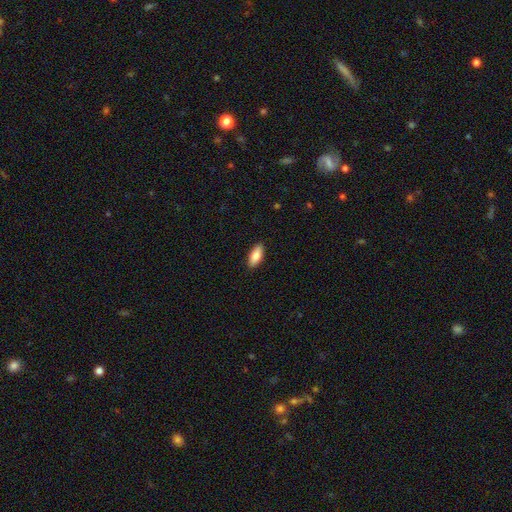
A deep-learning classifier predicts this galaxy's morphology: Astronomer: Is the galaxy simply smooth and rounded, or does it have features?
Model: smooth — 83%.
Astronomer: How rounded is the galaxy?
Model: in between — 78%.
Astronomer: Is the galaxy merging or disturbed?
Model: none — 89%.